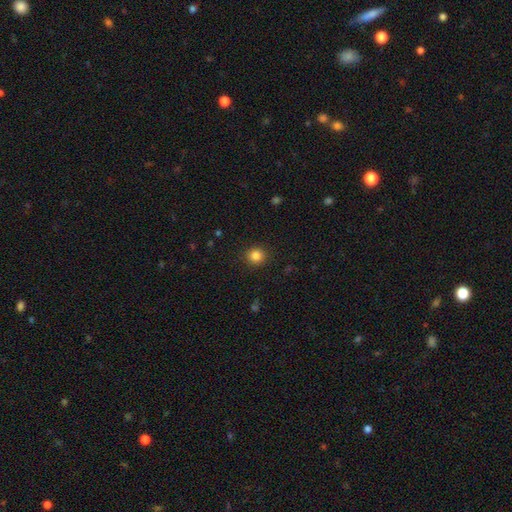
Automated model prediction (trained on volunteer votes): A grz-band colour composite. It shows a smooth galaxy with no disk features (84%) that is round (89%). Merging: none (90%).